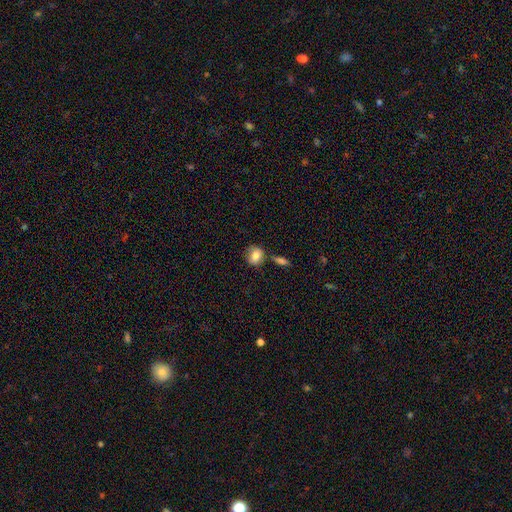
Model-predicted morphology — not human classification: This appears to be a smooth galaxy with no disk features (82%) that is round (61%). Merging: none (67%).